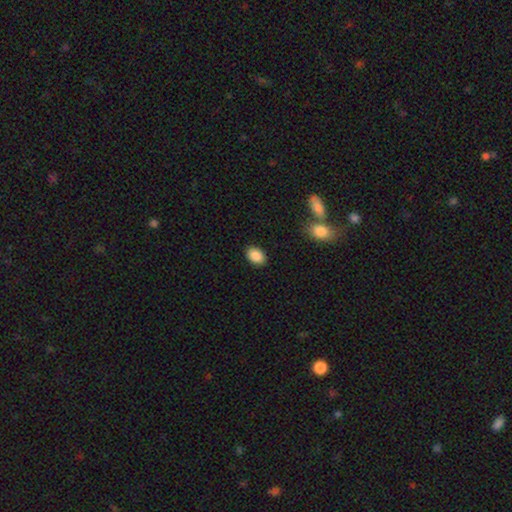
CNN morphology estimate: This appears to be a smooth galaxy with no disk features (89%) that is in between round and cigar-shaped (83%). Merging: none (89%).